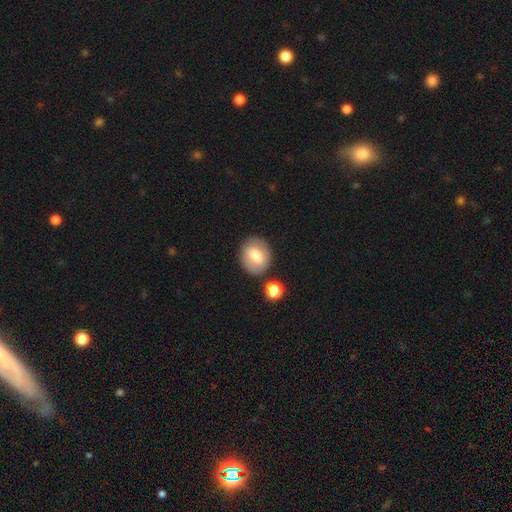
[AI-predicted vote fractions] Morphology: type=smooth (59%); roundness=round (57%); merging=none (78%).